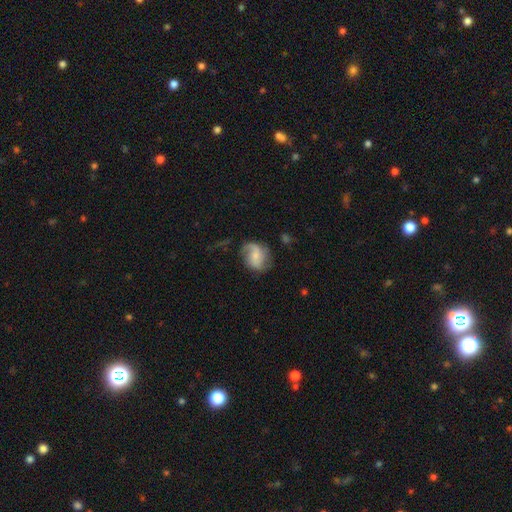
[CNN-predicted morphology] featured or disk 59%, smooth 34%, star or artifact 7%. Down the decision tree: edge-on disk — no (97%); bar — no (47%); spiral arms — yes (89%); spiral arm count — 2 (71%); spiral winding — loose (49%); bulge size — small (51%); merging — none (60%).